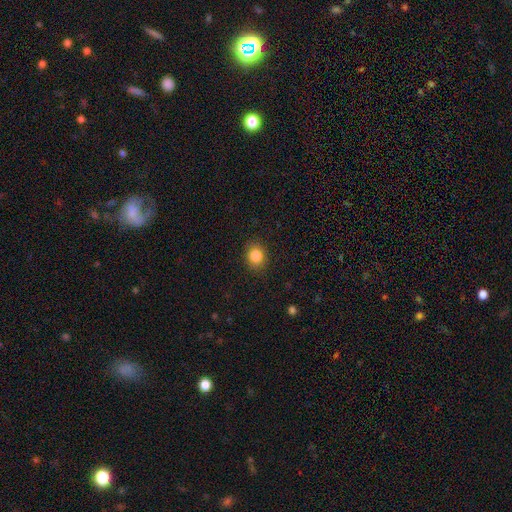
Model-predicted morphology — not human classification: This is clearly a smooth galaxy (85%). How rounded: likely round (63%). Merging: clearly none (88%).